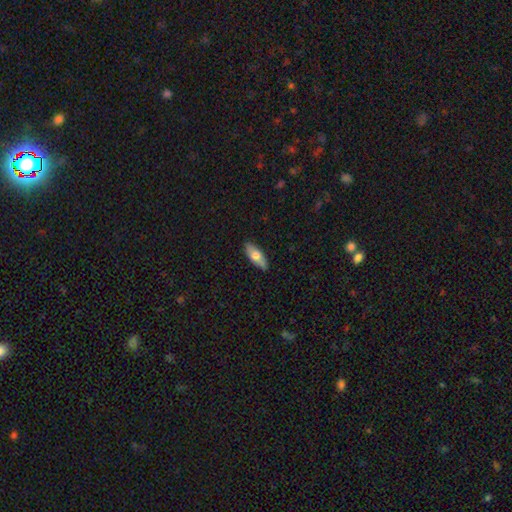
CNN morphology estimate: Smooth or featured? Predicted: smooth (p=0.69). How rounded? Predicted: in between (p=0.76). Merging? Predicted: none (p=0.88).